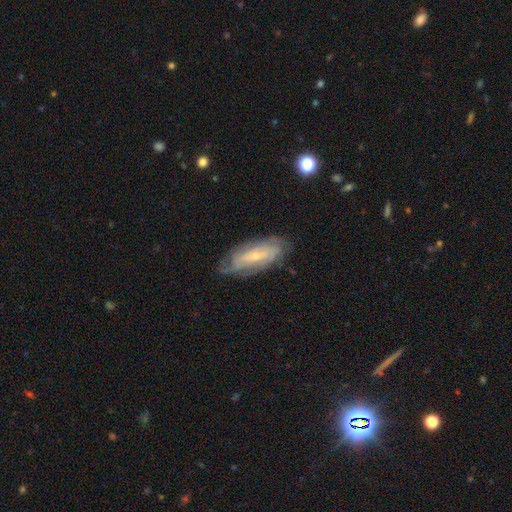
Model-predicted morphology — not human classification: Smooth or featured: featured or disk — 68% (smooth — 25%)
Edge-on disk: no — 85% (yes — 15%)
Bar: no — 50% (weak — 35%)
Spiral arms: yes — 77% (no — 23%)
Bulge size: small — 72% (moderate — 24%)
Merging: none — 71% (minor disturbance — 21%)